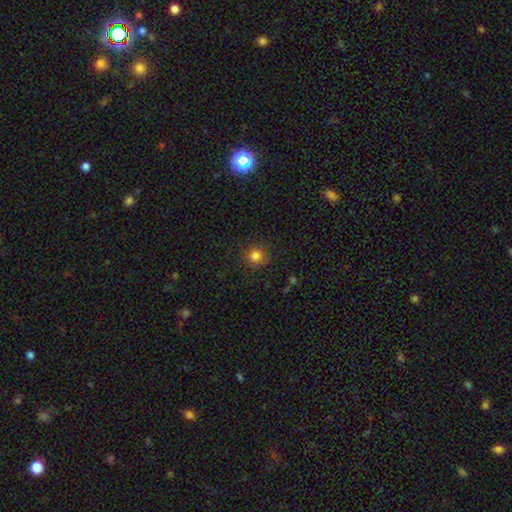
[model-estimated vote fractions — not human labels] Smooth or featured: smooth — 84% (star or artifact — 12%)
How rounded: round — 93% (in between — 6%)
Merging: none — 88% (minor disturbance — 8%)